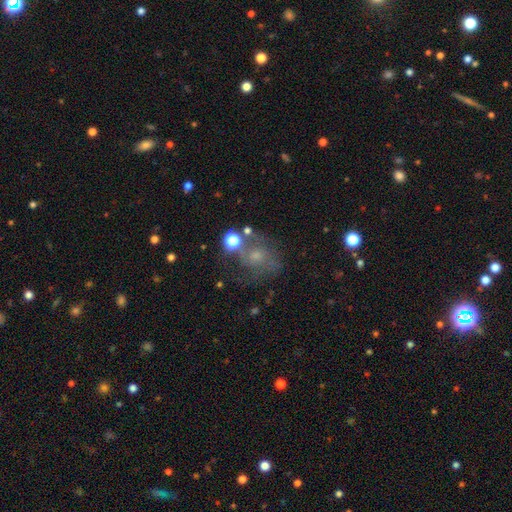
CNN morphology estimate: smooth_or_featured: featured or disk (p=0.46) [alt: smooth p=0.34]
merging: none (p=0.51) [alt: minor disturbance p=0.20]